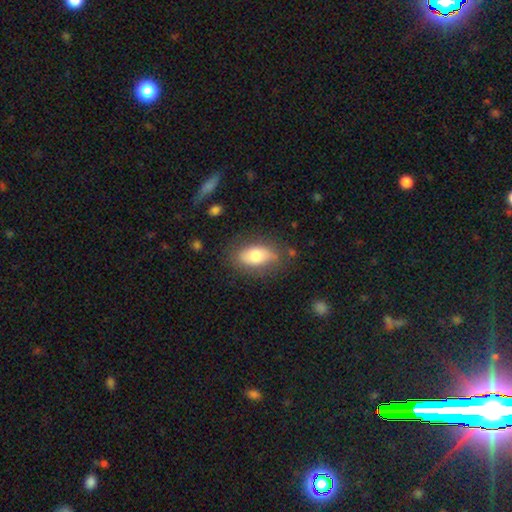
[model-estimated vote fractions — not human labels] A smooth galaxy with no disk features (72%) that is in between round and cigar-shaped (90%). Merging: none (75%).